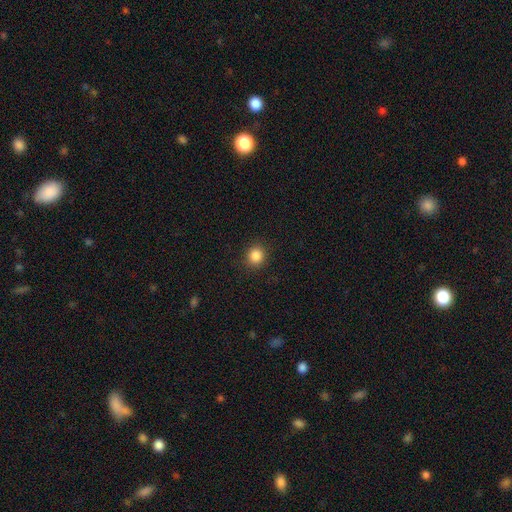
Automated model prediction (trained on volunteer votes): Smooth or featured? Predicted: smooth (p=0.86). How rounded? Predicted: round (p=0.90). Merging? Predicted: none (p=0.90).